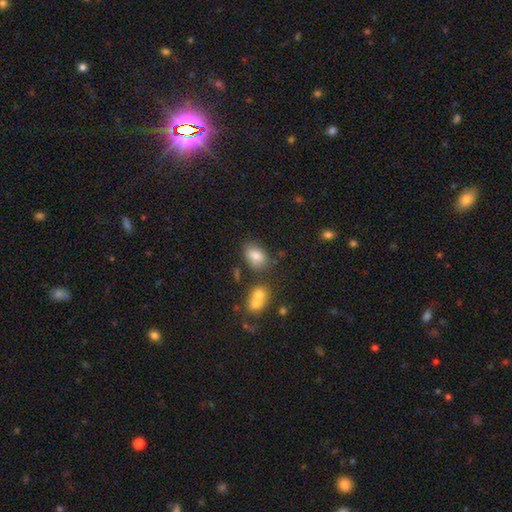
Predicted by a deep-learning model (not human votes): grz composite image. It shows a smooth galaxy with no disk features (82%) that is in between round and cigar-shaped (83%). Merging: none (70%).